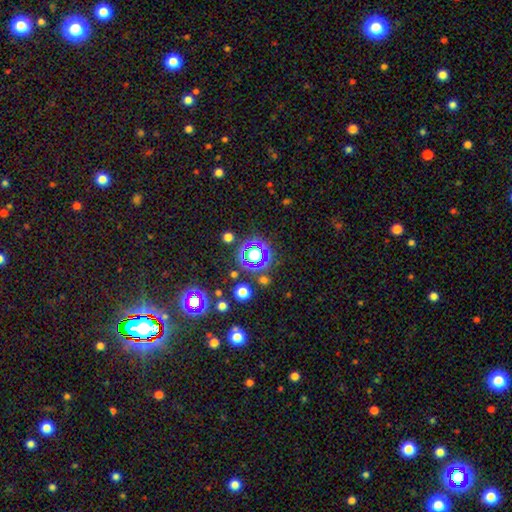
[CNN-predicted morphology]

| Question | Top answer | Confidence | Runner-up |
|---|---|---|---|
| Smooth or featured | star or artifact | 50% | smooth (36%) |